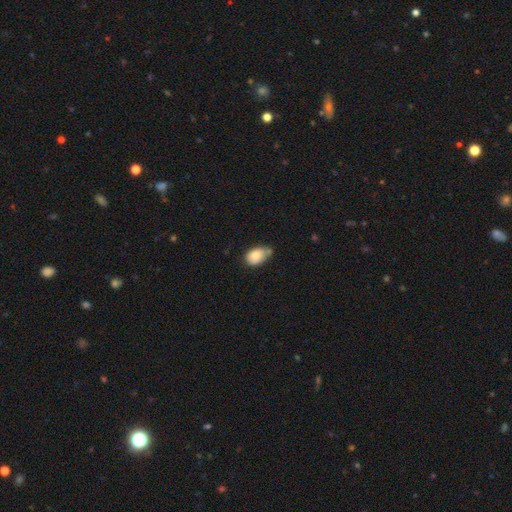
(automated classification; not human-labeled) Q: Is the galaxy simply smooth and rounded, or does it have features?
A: smooth — 81%.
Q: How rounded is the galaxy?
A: in between — 86%.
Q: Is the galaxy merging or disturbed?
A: none — 43%.